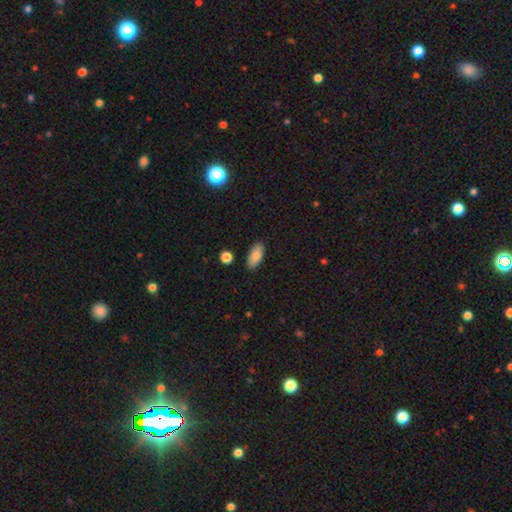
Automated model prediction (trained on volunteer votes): smooth-or-featured: smooth: 85% | featured or disk: 8% | star or artifact: 7%
  how-rounded: in between: 87% | cigar-shaped: 10% | round: 3%
  merging: none: 86% | minor disturbance: 10% | major disturbance: 2% | merger: 2%